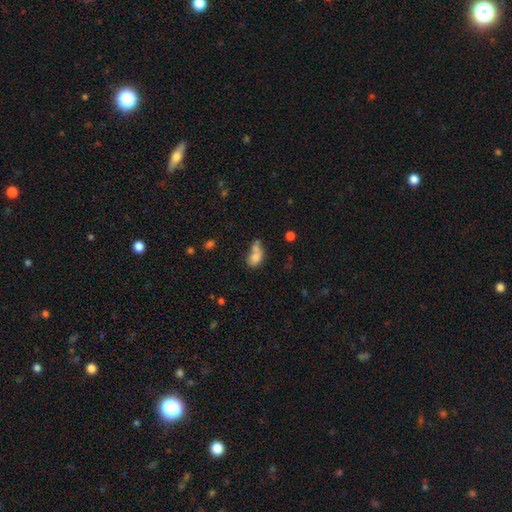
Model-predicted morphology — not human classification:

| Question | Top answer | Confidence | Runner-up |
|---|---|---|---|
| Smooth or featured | smooth | 74% | featured or disk (15%) |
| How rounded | in between | 81% | round (16%) |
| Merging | merger | 51% | none (25%) |